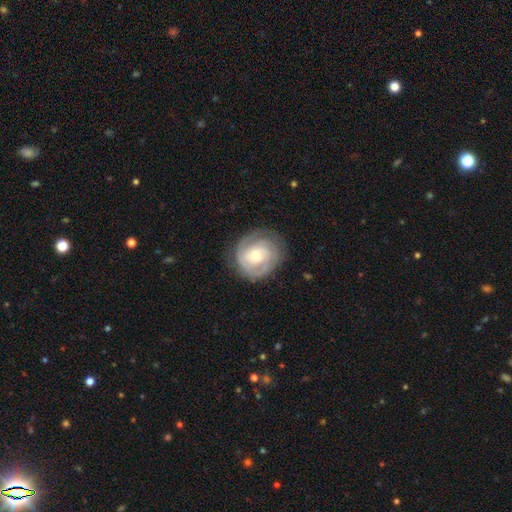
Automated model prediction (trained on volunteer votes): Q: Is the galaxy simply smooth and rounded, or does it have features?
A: featured or disk — 79%.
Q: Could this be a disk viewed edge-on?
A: no — 98%.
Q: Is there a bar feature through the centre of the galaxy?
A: no — 68%.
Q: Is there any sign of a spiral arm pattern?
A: yes — 94%.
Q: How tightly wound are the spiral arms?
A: tight — 69%.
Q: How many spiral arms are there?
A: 2 — 40%.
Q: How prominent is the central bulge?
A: moderate — 53%.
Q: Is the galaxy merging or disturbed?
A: none — 77%.